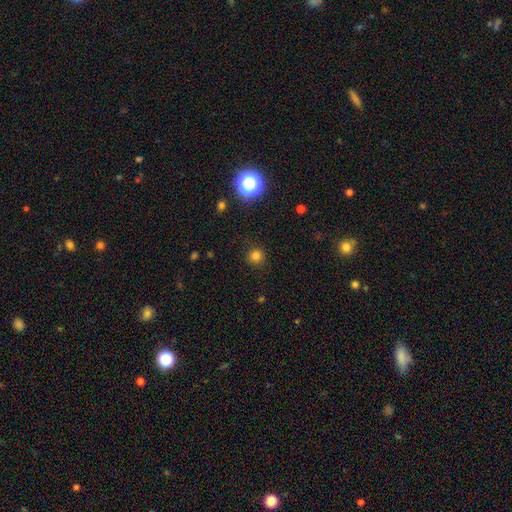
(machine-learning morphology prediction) Overall: smooth (78%). How rounded: round (93%). Merging: none (88%).